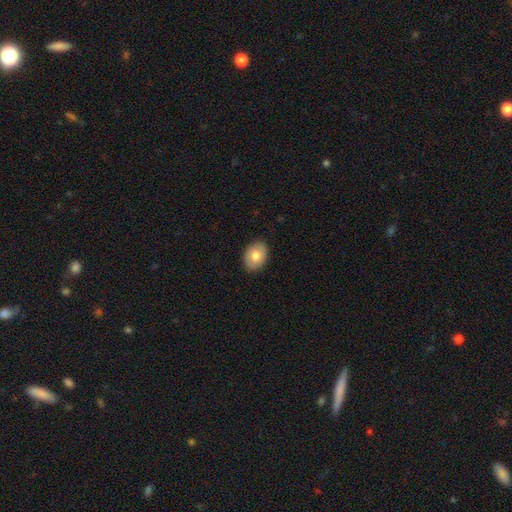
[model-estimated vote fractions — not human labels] Smooth or featured? smooth (74%)
How rounded? in between (76%)
Merging? none (88%)